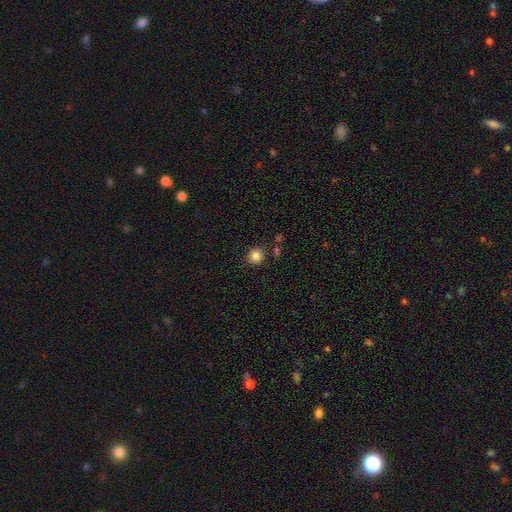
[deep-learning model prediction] A smooth galaxy with no disk features (85%) that is round (91%).

Vote fractions:
- Smooth or featured? smooth: 85% / star or artifact: 11% / featured or disk: 4%
- How rounded? round: 91% / in between: 8% / cigar-shaped: 1%
- Merging? none: 84% / minor disturbance: 9% / merger: 4% / major disturbance: 3%